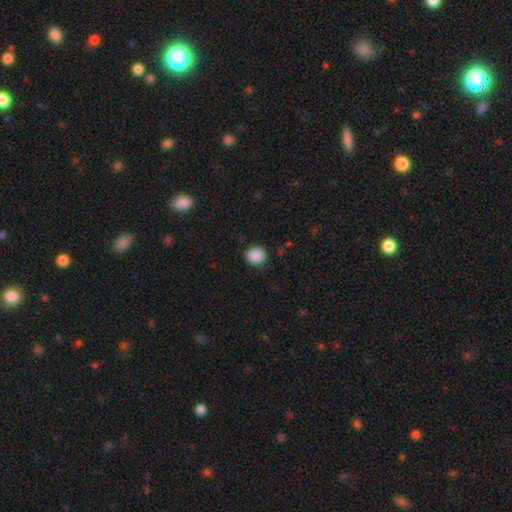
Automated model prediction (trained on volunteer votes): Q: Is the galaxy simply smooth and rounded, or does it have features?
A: smooth — 89%.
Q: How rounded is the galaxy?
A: round — 88%.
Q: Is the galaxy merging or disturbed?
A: none — 86%.